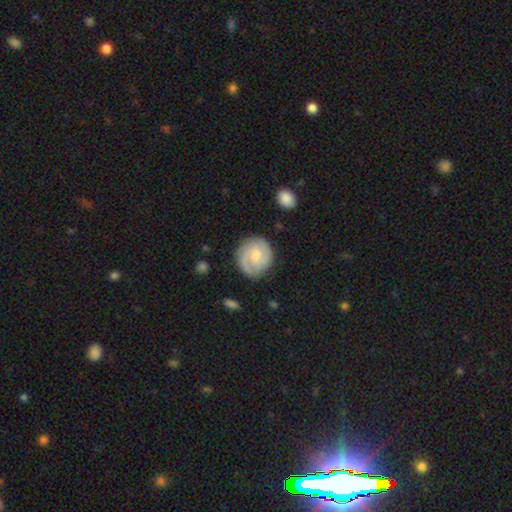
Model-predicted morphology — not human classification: Q: Smooth or featured?
A: featured or disk (62%); runner-up: smooth (32%)
Q: Edge-on disk?
A: no (98%); runner-up: yes (2%)
Q: Bar?
A: no (53%); runner-up: weak (42%)
Q: Spiral arms?
A: yes (91%); runner-up: no (9%)
Q: Spiral winding?
A: tight (55%); runner-up: medium (34%)
Q: Spiral arm count?
A: 2 (57%); runner-up: can't tell (20%)
Q: Bulge size?
A: small (43%); runner-up: moderate (41%)
Q: Merging?
A: none (79%); runner-up: minor disturbance (14%)